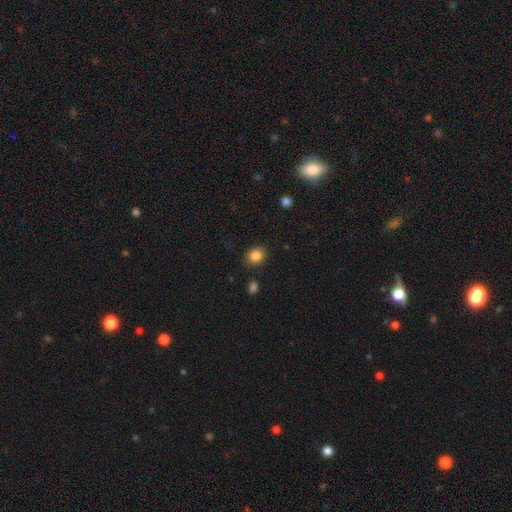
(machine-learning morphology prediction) Overall: smooth (86%). How rounded: round (65%; in between 34%). Merging: none (86%).